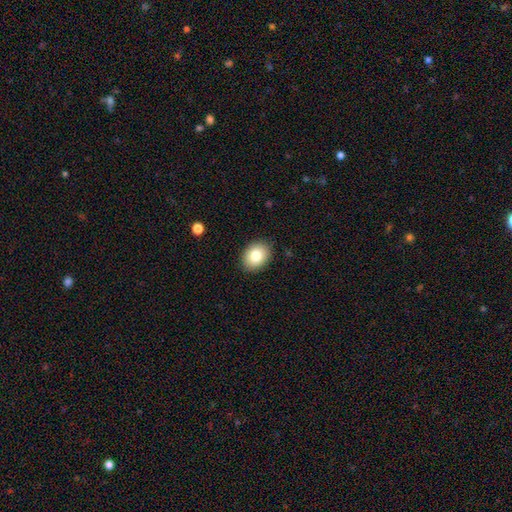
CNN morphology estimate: The model was most divided on "how rounded": in between: 64%, round: 35%, cigar-shaped: 1%. More confident: merging — none (89%); smooth or featured — smooth (82%).